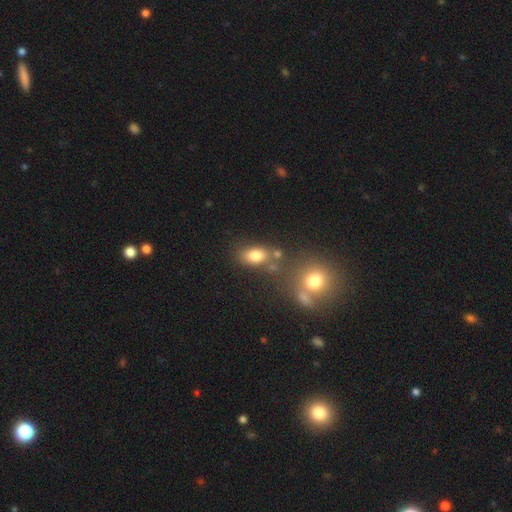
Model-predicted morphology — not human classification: Smooth or featured? smooth (78%)
How rounded? in between (81%)
Merging? none (60%)